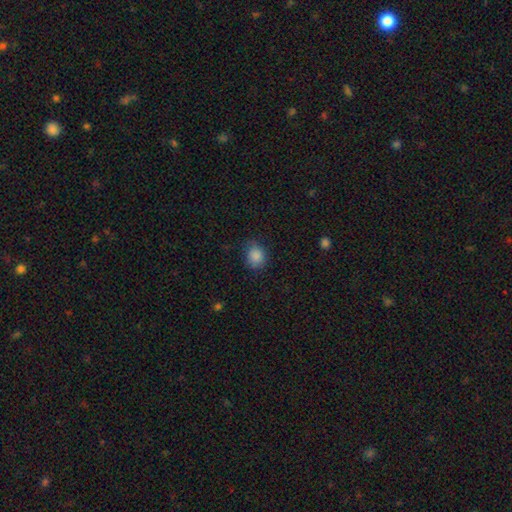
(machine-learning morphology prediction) Overall: smooth (86%). How rounded: round (68%; in between 32%). Merging: none (72%).